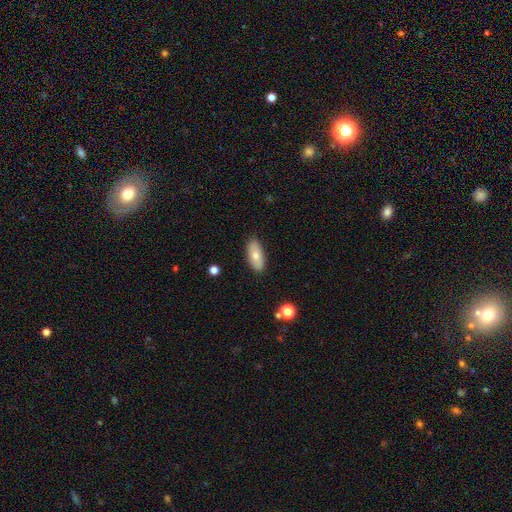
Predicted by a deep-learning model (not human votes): Q: Smooth or featured?
A: smooth (73%); runner-up: featured or disk (20%)
Q: How rounded?
A: in between (85%); runner-up: cigar-shaped (12%)
Q: Merging?
A: none (86%); runner-up: minor disturbance (10%)